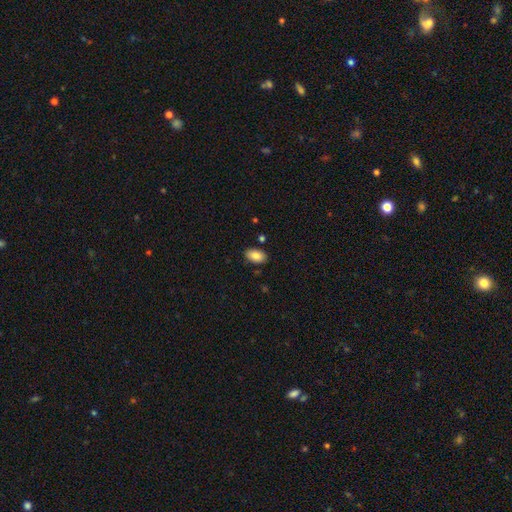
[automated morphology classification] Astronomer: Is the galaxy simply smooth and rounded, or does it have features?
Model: smooth — 84%.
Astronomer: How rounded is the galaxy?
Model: in between — 93%.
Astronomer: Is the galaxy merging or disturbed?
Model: none — 84%.